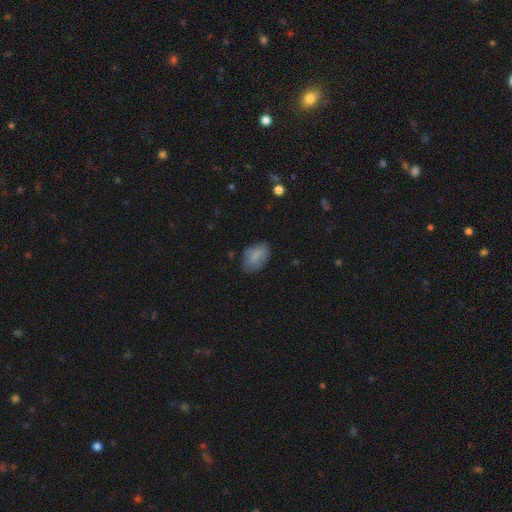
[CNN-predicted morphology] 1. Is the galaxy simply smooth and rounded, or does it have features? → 81% smooth, 12% featured or disk, 8% star or artifact.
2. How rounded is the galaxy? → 89% in between, 10% round, 2% cigar-shaped.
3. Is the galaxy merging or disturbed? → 69% none, 23% minor disturbance, 6% major disturbance, 2% merger.